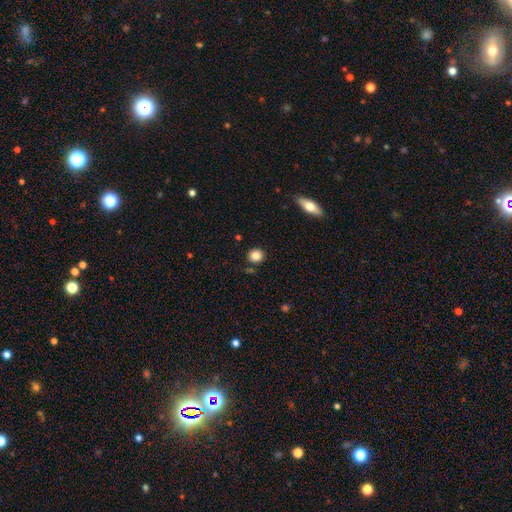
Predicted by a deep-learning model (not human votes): Overall: smooth (85%). How rounded: round (89%). Merging: none (87%).